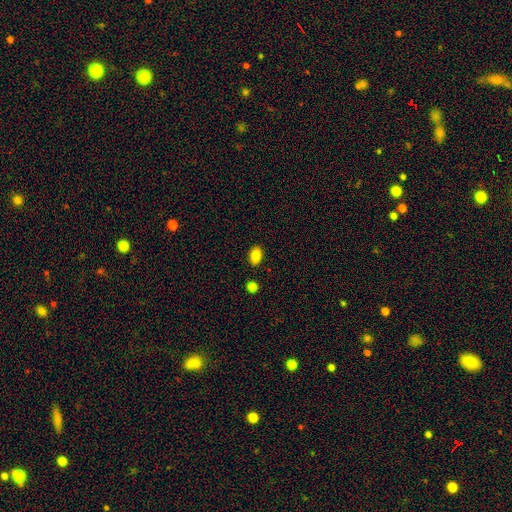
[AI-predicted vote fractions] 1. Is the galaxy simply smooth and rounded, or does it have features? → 85% smooth, 8% star or artifact, 6% featured or disk.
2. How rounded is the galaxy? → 87% in between, 11% round, 1% cigar-shaped.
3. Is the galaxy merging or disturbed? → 87% none, 9% minor disturbance, 2% merger, 2% major disturbance.